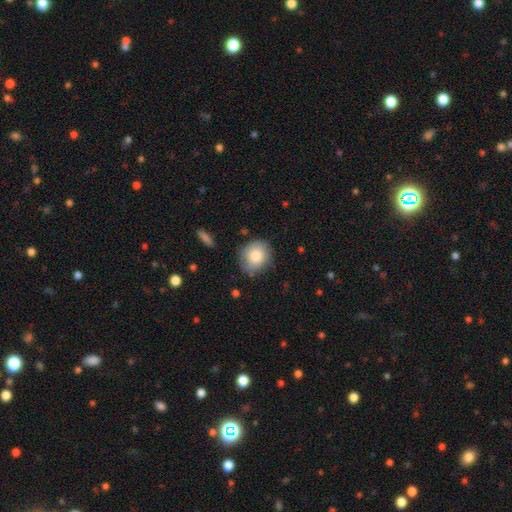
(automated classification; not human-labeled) smooth_or_featured: smooth (p=0.81) [alt: featured or disk p=0.12]
how_rounded: round (p=0.75) [alt: in between p=0.24]
merging: none (p=0.79) [alt: minor disturbance p=0.16]